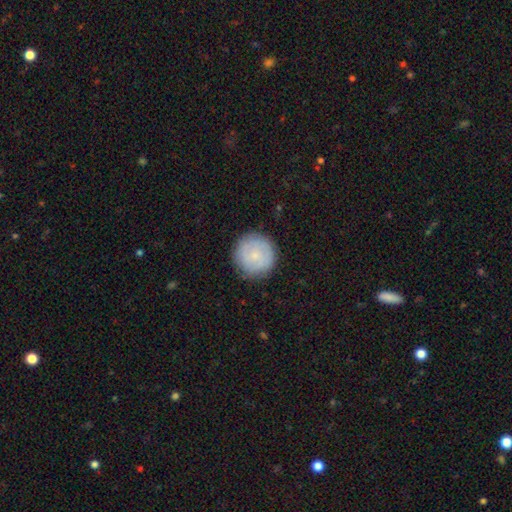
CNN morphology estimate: Smooth or featured? smooth (74%)
How rounded? round (96%)
Merging? none (87%)